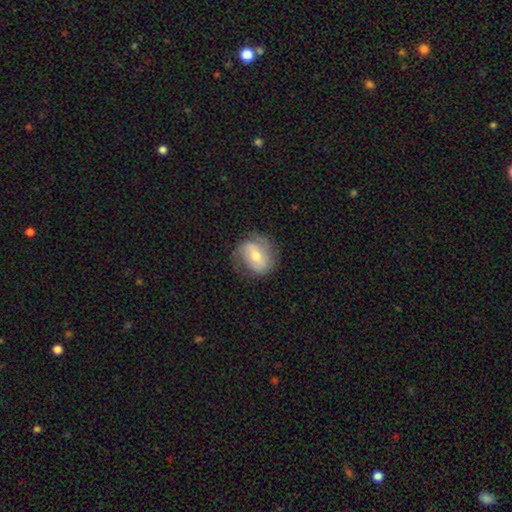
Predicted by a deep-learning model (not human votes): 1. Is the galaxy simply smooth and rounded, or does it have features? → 64% featured or disk, 30% smooth, 7% star or artifact.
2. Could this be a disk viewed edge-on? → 96% no, 4% yes.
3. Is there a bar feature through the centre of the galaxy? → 42% weak, 37% no, 20% strong.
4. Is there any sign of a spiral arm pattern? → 84% yes, 16% no.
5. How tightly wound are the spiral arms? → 41% medium, 37% tight, 21% loose.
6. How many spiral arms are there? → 63% 2, 17% can't tell, 9% 1, 7% 3, 2% 4, 2% more than 4.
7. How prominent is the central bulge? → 67% moderate, 25% small, 5% large, 1% none, 1% dominant.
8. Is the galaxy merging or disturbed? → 66% none, 22% minor disturbance, 11% major disturbance, 1% merger.